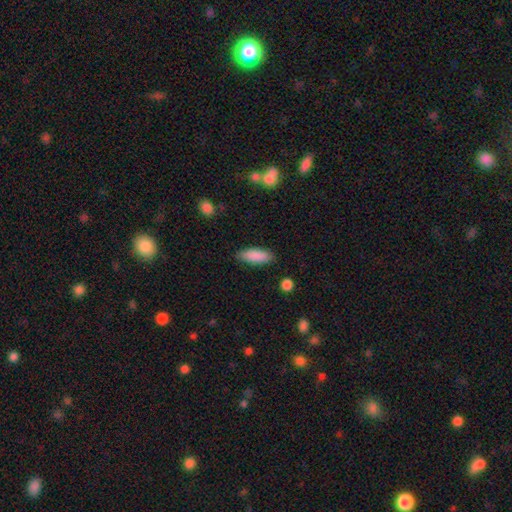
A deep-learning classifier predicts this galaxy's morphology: A smooth galaxy with no disk features (88%) that is in between round and cigar-shaped (66%). Merging: none (85%).